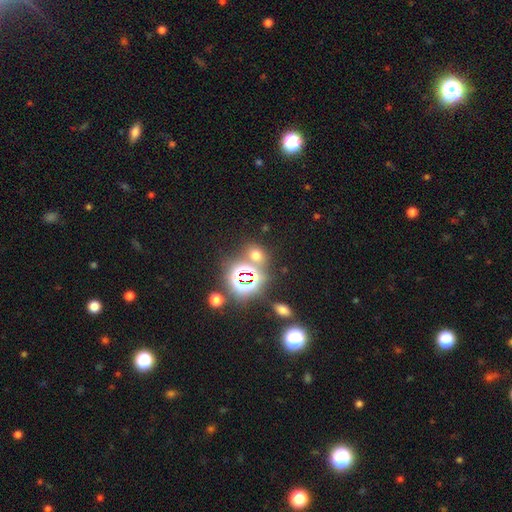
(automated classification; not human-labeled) Morphology: type=smooth (52%); roundness=round (63%); merging=none (72%).